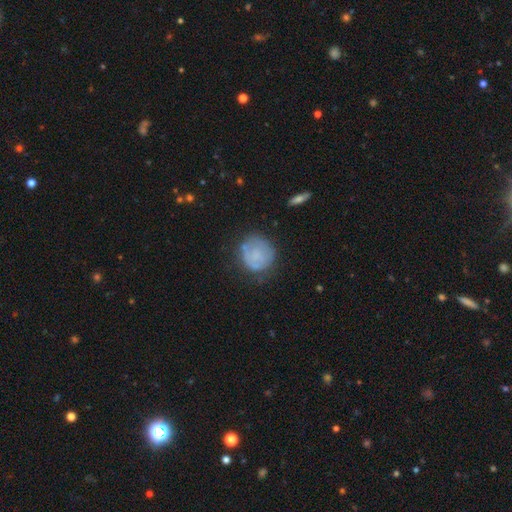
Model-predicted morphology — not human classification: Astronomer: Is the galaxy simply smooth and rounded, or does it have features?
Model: smooth — 59%.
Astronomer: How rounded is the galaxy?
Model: round — 87%.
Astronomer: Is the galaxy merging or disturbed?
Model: none — 62%.